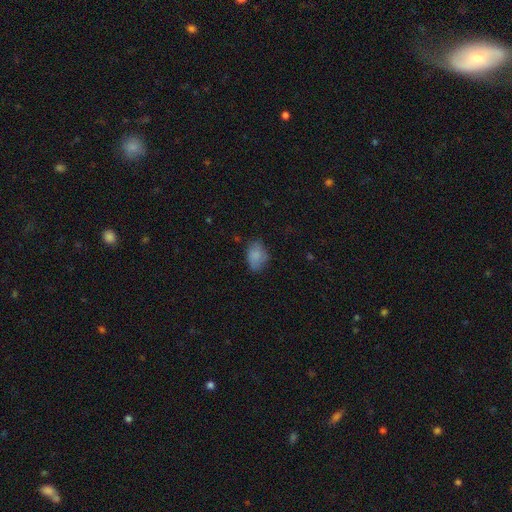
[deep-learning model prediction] A smooth galaxy with no disk features (83%) that is in between round and cigar-shaped (80%).

Vote fractions:
- Smooth or featured? smooth: 83% / featured or disk: 9% / star or artifact: 8%
- How rounded? in between: 80% / round: 19% / cigar-shaped: 1%
- Merging? none: 66% / minor disturbance: 25% / major disturbance: 7% / merger: 2%